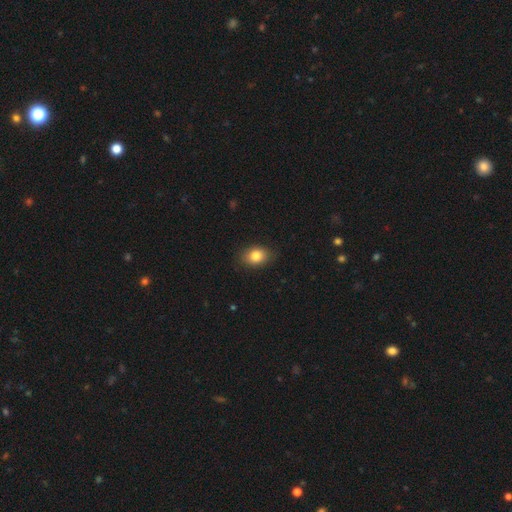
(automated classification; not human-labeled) smooth_or_featured: smooth (p=0.83) [alt: star or artifact p=0.09]
how_rounded: in between (p=0.72) [alt: round p=0.27]
merging: none (p=0.85) [alt: minor disturbance p=0.12]